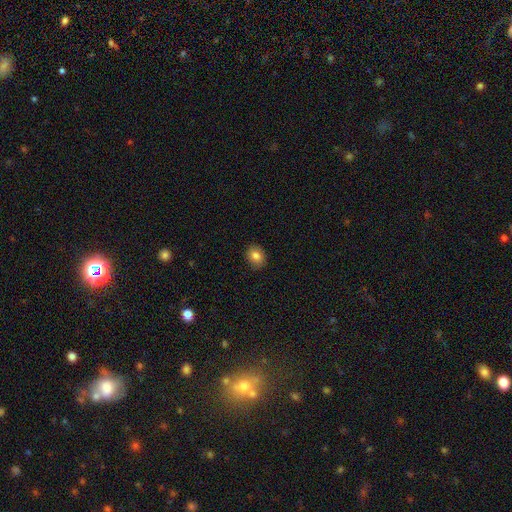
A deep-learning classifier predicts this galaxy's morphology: This appears to be a smooth galaxy with no disk features (83%) that is in between round and cigar-shaped (53%). Merging: none (88%).